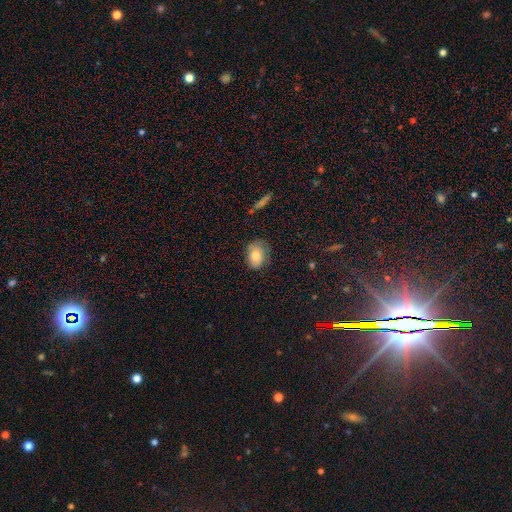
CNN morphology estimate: Smooth or featured: smooth — 75% (featured or disk — 17%)
How rounded: in between — 69% (round — 30%)
Merging: none — 66% (minor disturbance — 25%)